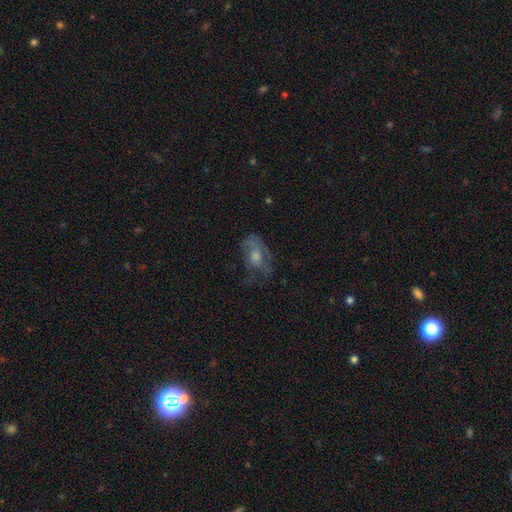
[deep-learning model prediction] featured or disk 52%, smooth 35%, star or artifact 13%. Down the decision tree: edge-on disk — no (93%); merging — none (48%).